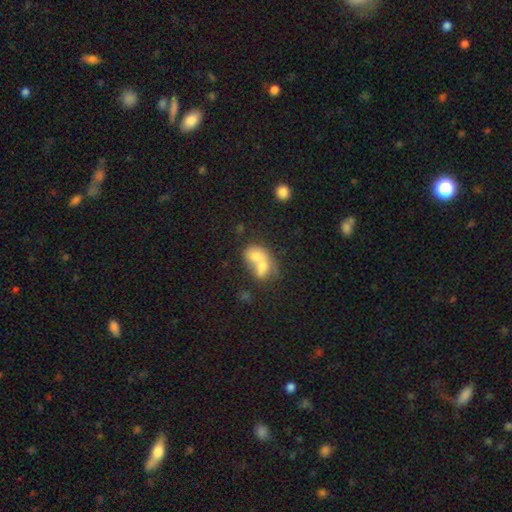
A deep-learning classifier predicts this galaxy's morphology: Smooth or featured? smooth (66%)
How rounded? in between (68%)
Merging? merger (75%)